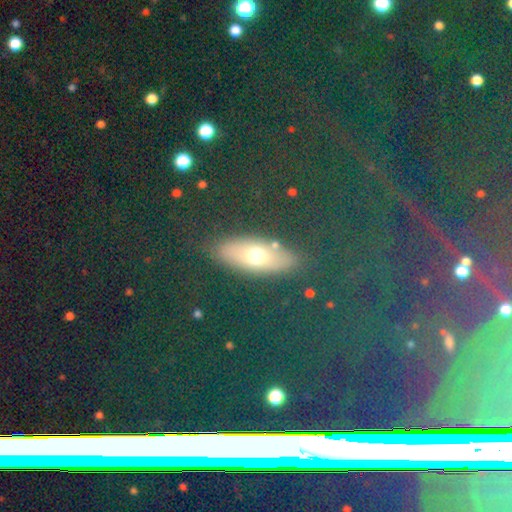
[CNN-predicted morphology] This appears to be a smooth galaxy with no disk features (57%) that is in between round and cigar-shaped (64%). Merging: none (85%).